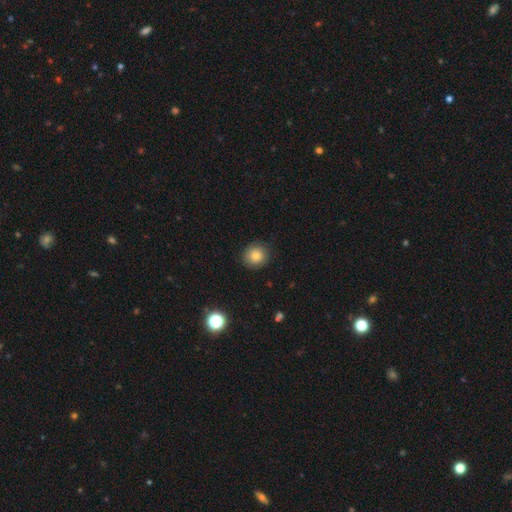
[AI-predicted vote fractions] smooth-or-featured: smooth: 80% | star or artifact: 10% | featured or disk: 10%
  how-rounded: round: 89% | in between: 10% | cigar-shaped: 1%
  merging: none: 85% | minor disturbance: 11% | major disturbance: 3% | merger: 1%